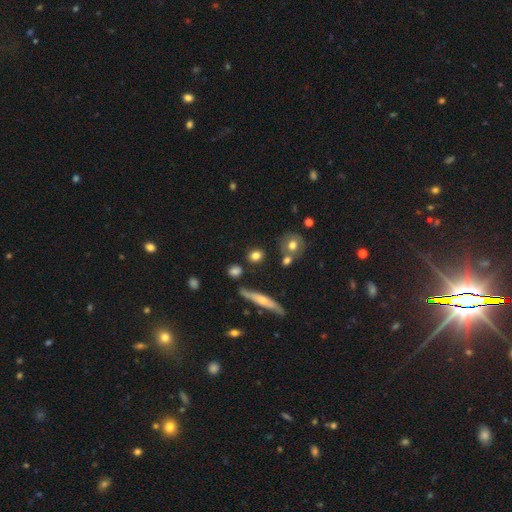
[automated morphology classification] Smooth or featured?
  - smooth: 78% *
  - featured or disk: 12%
  - star or artifact: 10%
How rounded?
  - round: 61% *
  - in between: 32%
  - cigar-shaped: 8%
Merging?
  - none: 77% *
  - minor disturbance: 11%
  - merger: 8%
  - major disturbance: 4%